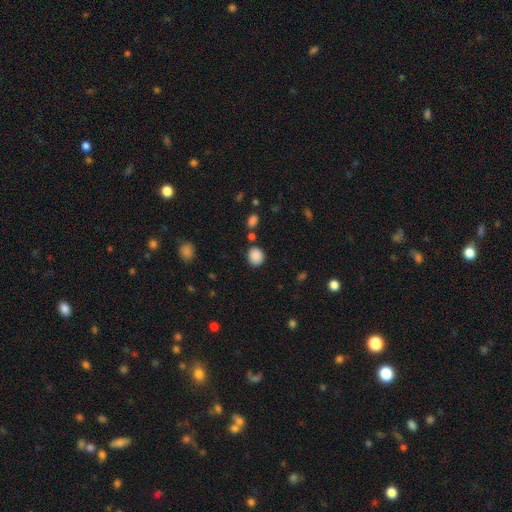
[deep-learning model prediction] Q: Smooth or featured?
A: smooth (87%); runner-up: star or artifact (9%)
Q: How rounded?
A: round (69%); runner-up: in between (30%)
Q: Merging?
A: none (80%); runner-up: minor disturbance (11%)